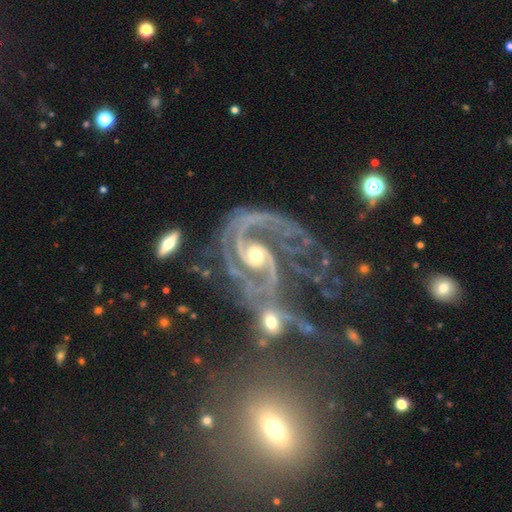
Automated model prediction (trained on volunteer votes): The model was most divided on "spiral winding": medium: 46%, tight: 39%, loose: 14%. Remaining: spiral arms — yes (98%); edge-on disk — no (98%); smooth or featured — featured or disk (92%); bulge size — moderate (61%); bar — no (58%); spiral arm count — 2 (55%); merging — merger (36%).